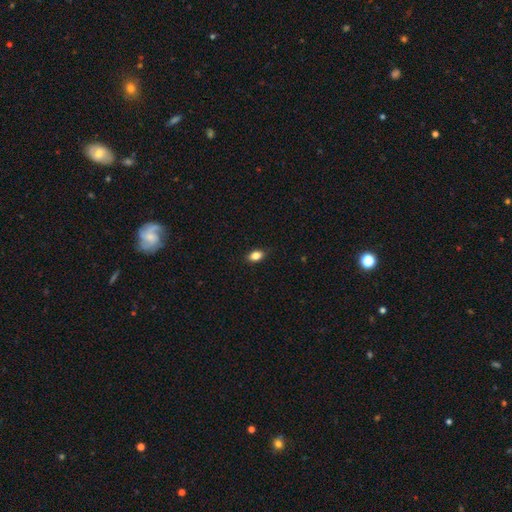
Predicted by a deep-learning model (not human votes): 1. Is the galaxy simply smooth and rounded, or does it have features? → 83% smooth, 9% star or artifact, 7% featured or disk.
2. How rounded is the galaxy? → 82% in between, 15% round, 3% cigar-shaped.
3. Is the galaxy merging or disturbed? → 86% none, 11% minor disturbance, 2% major disturbance, 1% merger.